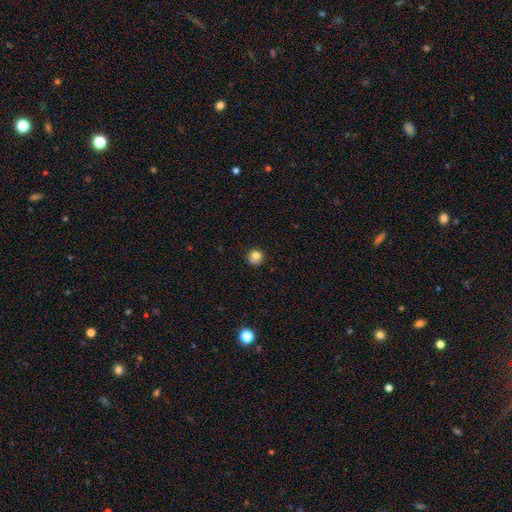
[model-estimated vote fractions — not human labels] Q: Smooth or featured?
A: smooth (77%); runner-up: star or artifact (12%)
Q: How rounded?
A: round (88%); runner-up: in between (11%)
Q: Merging?
A: none (69%); runner-up: minor disturbance (20%)